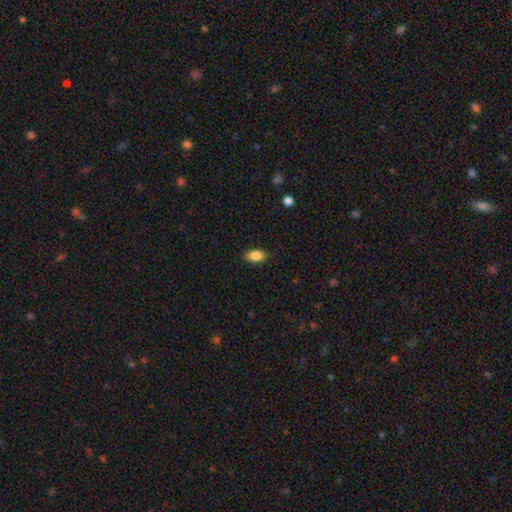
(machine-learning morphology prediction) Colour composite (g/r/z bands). It shows a smooth galaxy with no disk features (86%) that is in between round and cigar-shaped (89%). Merging: none (87%).